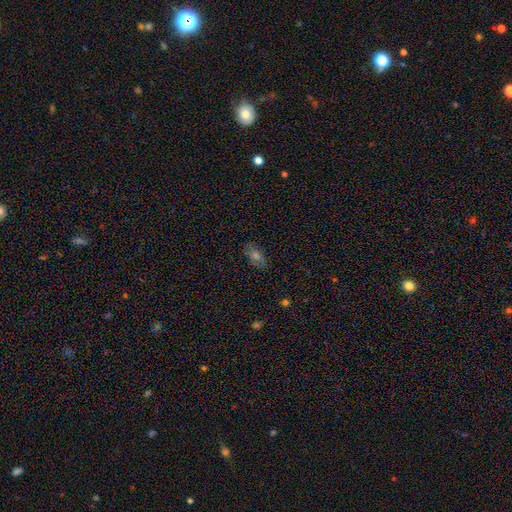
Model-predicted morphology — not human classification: The model was most divided on "smooth or featured": smooth: 55%, featured or disk: 26%, star or artifact: 19%. More confident: how rounded — in between (87%); merging — none (84%).